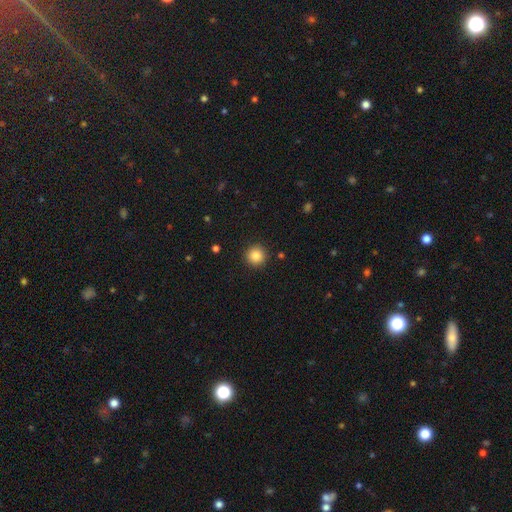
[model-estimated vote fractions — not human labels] A smooth galaxy with no disk features (85%) that is round (95%).

Vote fractions:
- Smooth or featured? smooth: 85% / star or artifact: 10% / featured or disk: 5%
- How rounded? round: 95% / in between: 4% / cigar-shaped: 1%
- Merging? none: 92% / minor disturbance: 5% / major disturbance: 2% / merger: 1%